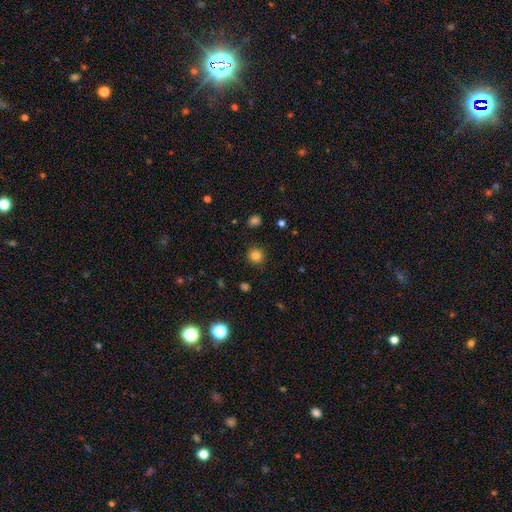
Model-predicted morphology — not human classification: Smooth or featured? smooth (83%)
How rounded? round (93%)
Merging? none (90%)